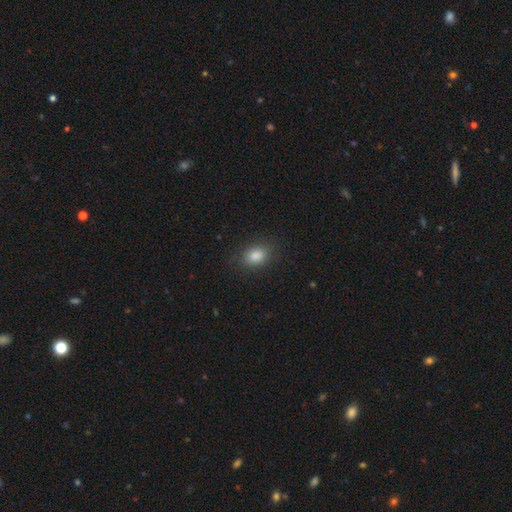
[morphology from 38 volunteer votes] Volunteers were most divided on "how rounded": in between: 61%, round: 39%, cigar-shaped: 0%. More confident: smooth or featured — smooth (95%); merging — none (95%).